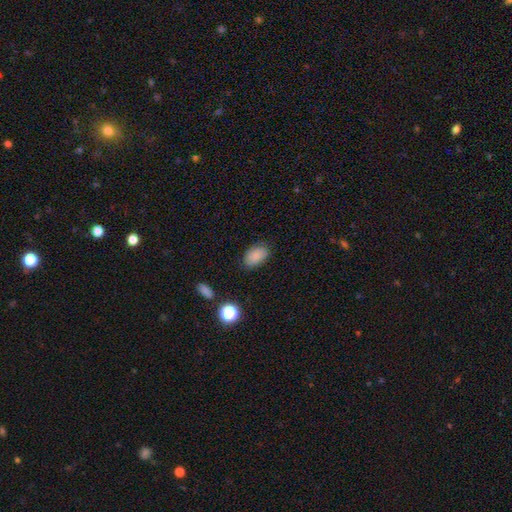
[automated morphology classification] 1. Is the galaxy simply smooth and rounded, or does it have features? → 86% smooth, 9% star or artifact, 5% featured or disk.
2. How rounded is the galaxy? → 90% in between, 9% round, 1% cigar-shaped.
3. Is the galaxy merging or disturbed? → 82% none, 13% minor disturbance, 3% major disturbance, 2% merger.